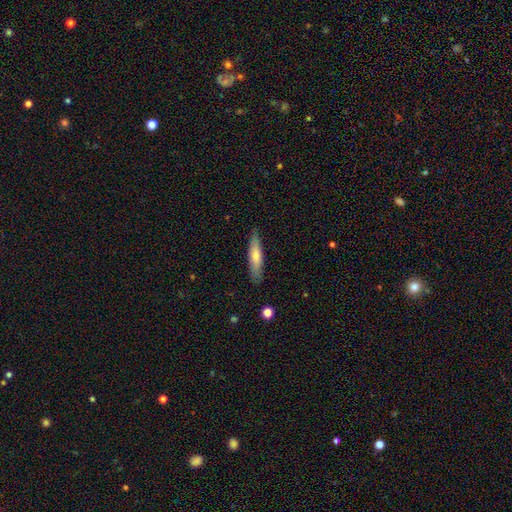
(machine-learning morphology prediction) Smooth or featured? Predicted: smooth (p=0.64). How rounded? Predicted: cigar-shaped (p=0.80). Merging? Predicted: none (p=0.86).